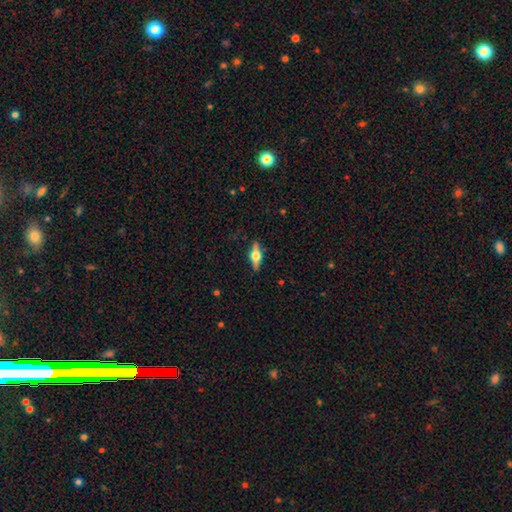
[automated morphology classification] Overall: featured or disk (71%). Edge-on disk: yes (97%). Edge-on bulge: rounded (95%). Merging: none (88%).